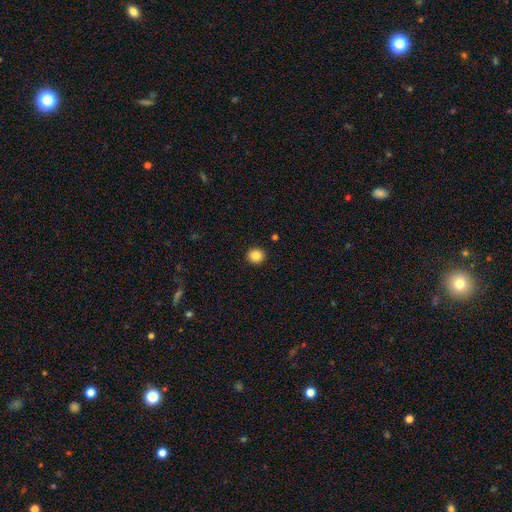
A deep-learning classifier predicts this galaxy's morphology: Smooth or featured: smooth — 85% (star or artifact — 10%)
How rounded: round — 88% (in between — 11%)
Merging: none — 92% (minor disturbance — 5%)